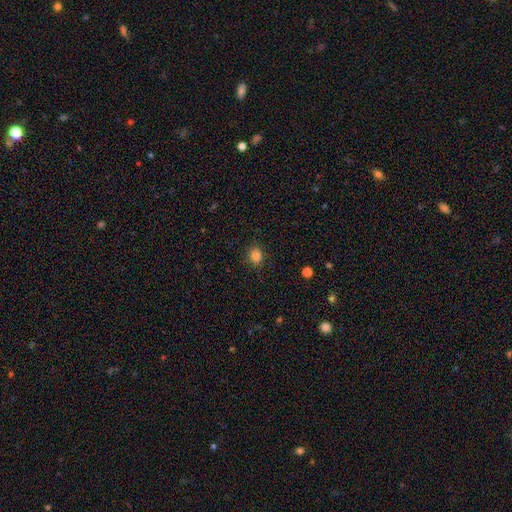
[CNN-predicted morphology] smooth-or-featured: smooth: 85% | star or artifact: 11% | featured or disk: 4%
  how-rounded: round: 51% | in between: 48% | cigar-shaped: 1%
  merging: none: 86% | minor disturbance: 10% | major disturbance: 3% | merger: 1%